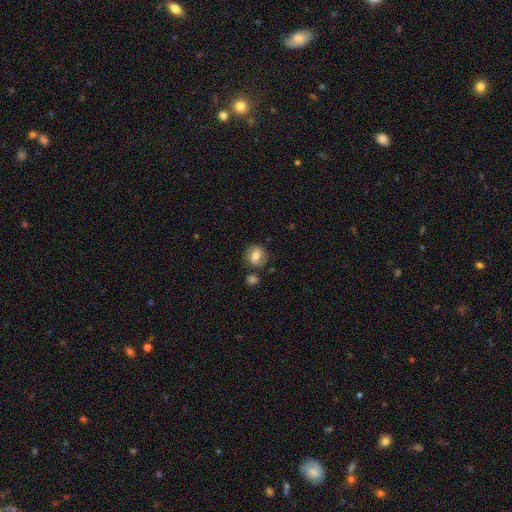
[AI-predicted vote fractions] Smooth or featured? smooth (70%)
How rounded? round (75%)
Merging? none (76%)